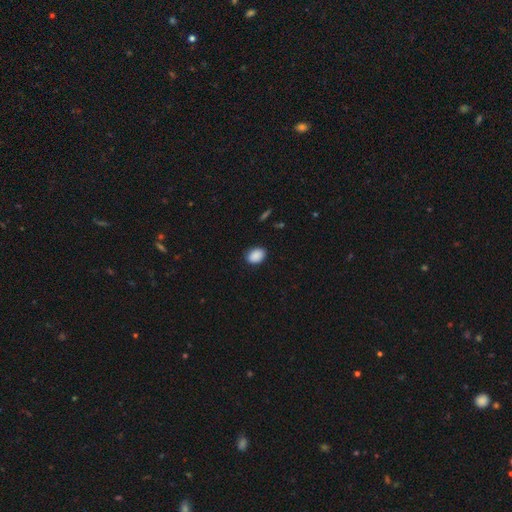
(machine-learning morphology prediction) The model was most divided on "how rounded": in between: 75%, round: 24%, cigar-shaped: 1%. More confident: smooth or featured — smooth (89%); merging — none (85%).